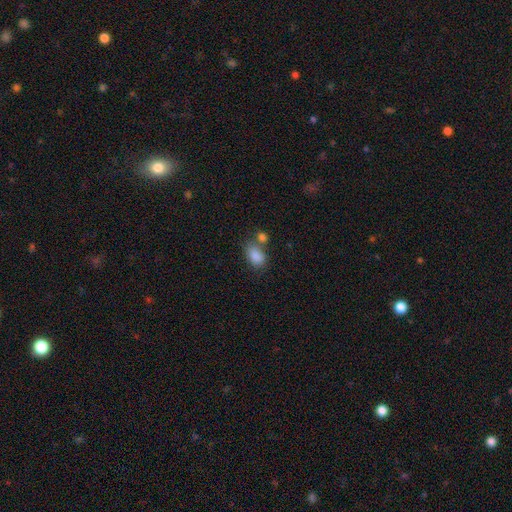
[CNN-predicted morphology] smooth-or-featured: smooth: 85% | star or artifact: 9% | featured or disk: 6%
  how-rounded: in between: 82% | round: 16% | cigar-shaped: 1%
  merging: none: 51% | merger: 27% | minor disturbance: 16% | major disturbance: 6%